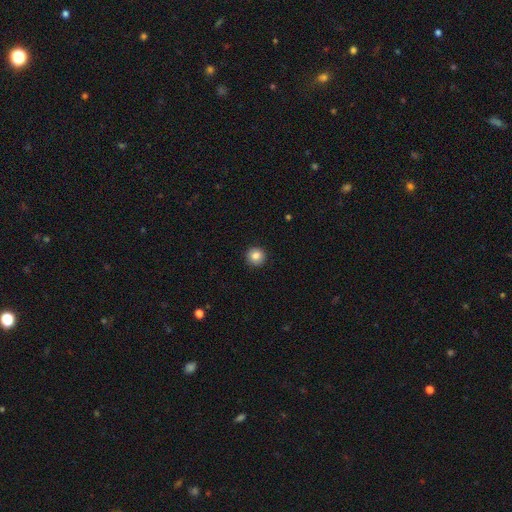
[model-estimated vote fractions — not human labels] Smooth or featured?
  - smooth: 84% *
  - star or artifact: 9%
  - featured or disk: 6%
How rounded?
  - round: 95% *
  - in between: 4%
  - cigar-shaped: 1%
Merging?
  - none: 93% *
  - minor disturbance: 5%
  - major disturbance: 2%
  - merger: 1%